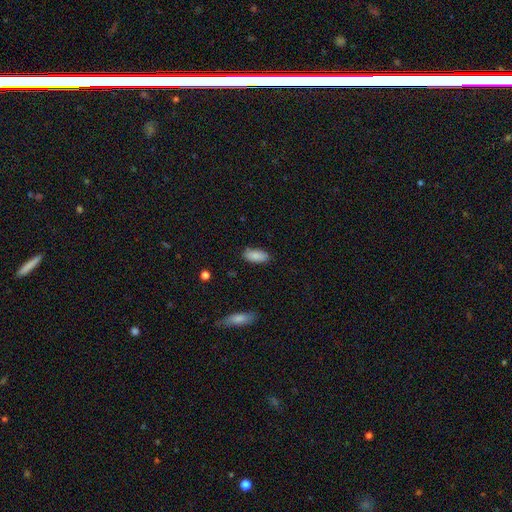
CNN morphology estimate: This is clearly a smooth galaxy (87%). How rounded: clearly in between (87%). Merging: clearly none (84%).